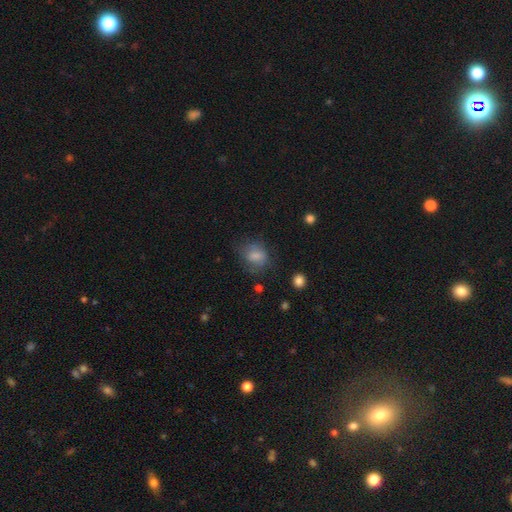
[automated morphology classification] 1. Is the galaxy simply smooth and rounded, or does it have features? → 75% smooth, 15% featured or disk, 10% star or artifact.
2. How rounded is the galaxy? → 54% round, 44% in between, 1% cigar-shaped.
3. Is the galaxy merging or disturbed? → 59% none, 24% minor disturbance, 15% major disturbance, 2% merger.